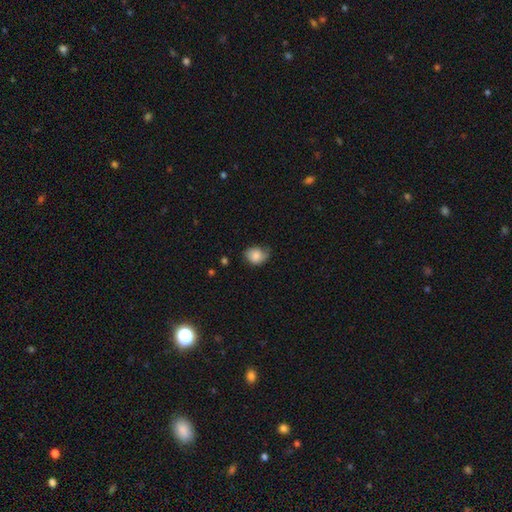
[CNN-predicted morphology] Overall: smooth (82%). How rounded: in between (50%; round 49%). Merging: none (52%; minor disturbance 37%).